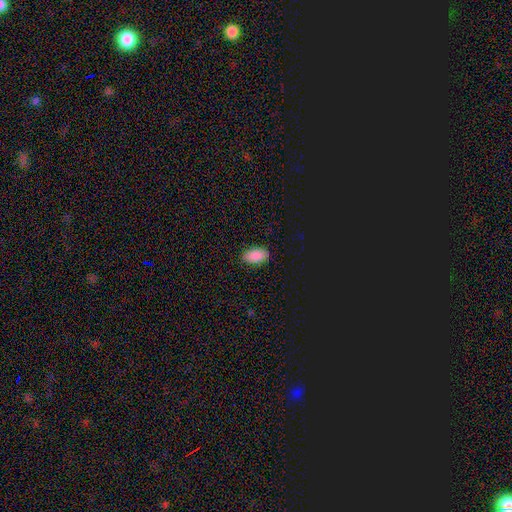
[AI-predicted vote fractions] smooth-or-featured: smooth: 88% | star or artifact: 9% | featured or disk: 3%
  how-rounded: in between: 94% | round: 4% | cigar-shaped: 2%
  merging: none: 88% | minor disturbance: 9% | major disturbance: 2% | merger: 1%